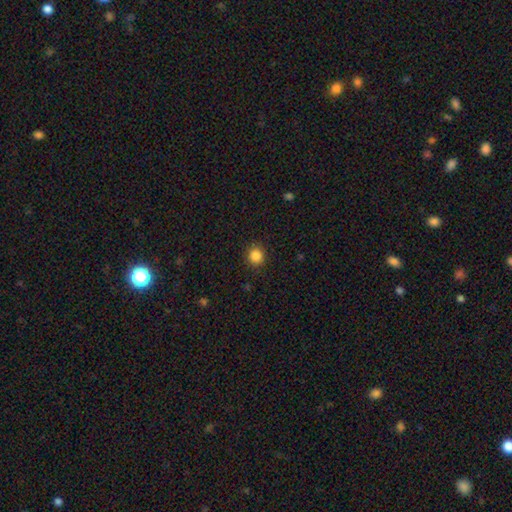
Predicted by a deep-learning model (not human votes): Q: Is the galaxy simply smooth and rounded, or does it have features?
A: smooth — 86%.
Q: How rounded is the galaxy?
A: round — 90%.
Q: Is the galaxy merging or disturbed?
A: none — 91%.